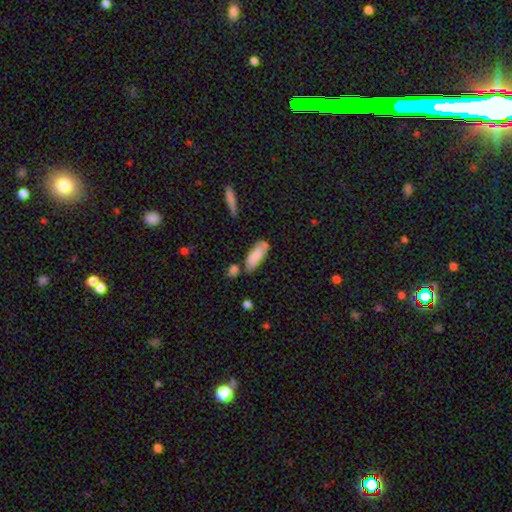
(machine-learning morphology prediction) A smooth galaxy with no disk features (83%) that is in between round and cigar-shaped (69%).

Vote fractions:
- Smooth or featured? smooth: 83% / featured or disk: 11% / star or artifact: 6%
- How rounded? in between: 69% / cigar-shaped: 29% / round: 2%
- Merging? none: 59% / minor disturbance: 21% / merger: 15% / major disturbance: 5%